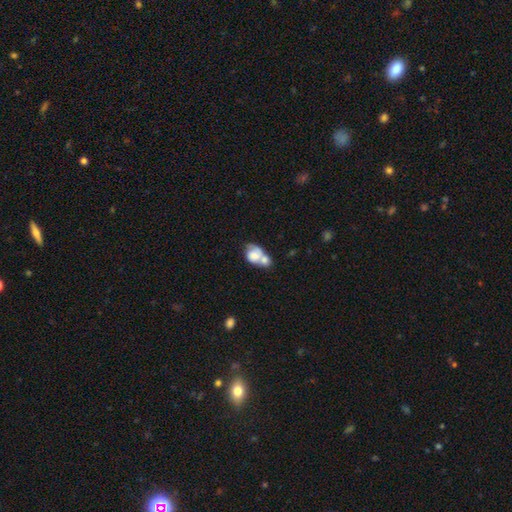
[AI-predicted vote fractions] Smooth or featured: smooth — 62% (featured or disk — 30%)
How rounded: in between — 59% (round — 39%)
Merging: merger — 69% (none — 15%)